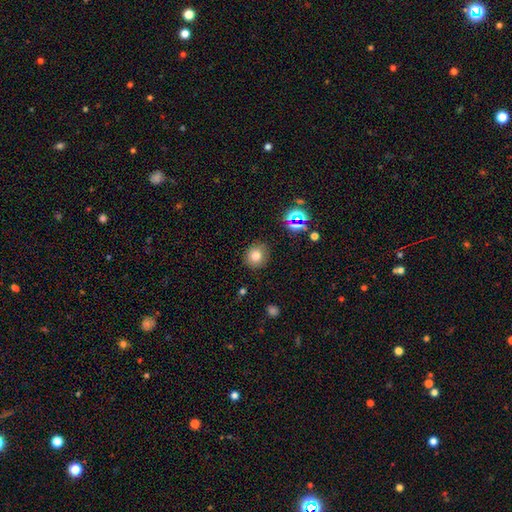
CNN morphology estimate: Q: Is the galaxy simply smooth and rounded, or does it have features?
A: smooth — 74%.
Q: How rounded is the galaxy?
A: round — 83%.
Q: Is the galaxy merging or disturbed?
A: none — 87%.